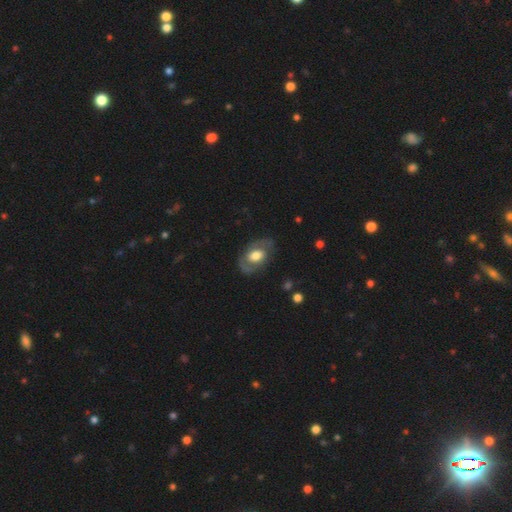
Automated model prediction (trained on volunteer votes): Overall: featured or disk (67%; smooth 28%). Edge-on disk: no (95%). Bar: no (63%; weak 29%). Spiral arms: yes (67%; no 33%). Bulge size: moderate (49%; large 41%). Merging: none (74%).